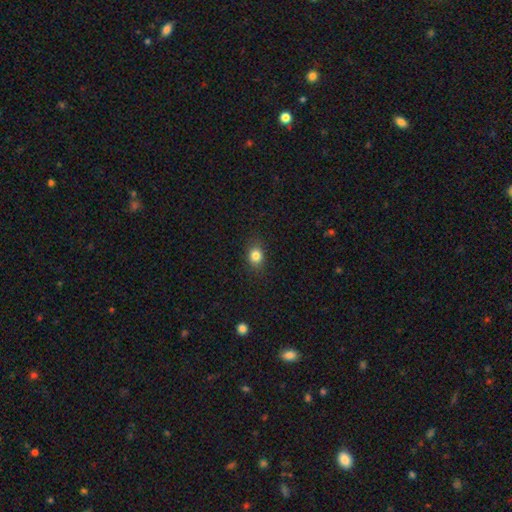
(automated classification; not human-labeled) Overall: smooth (83%). How rounded: round (51%; in between 48%). Merging: none (85%).